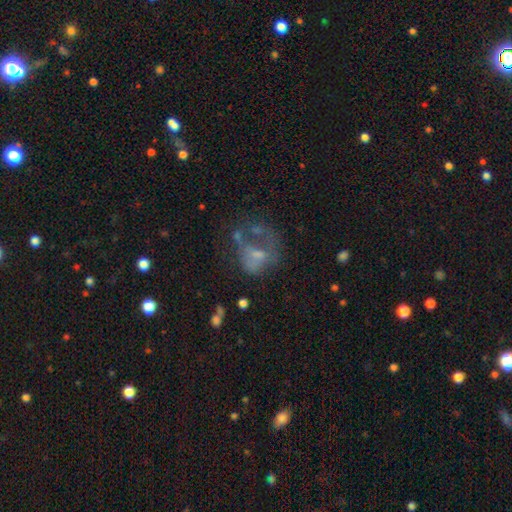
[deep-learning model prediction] A featured or disk galaxy (46%).

Vote fractions:
- Smooth or featured? featured or disk: 46% / smooth: 39% / star or artifact: 15%
- Merging? major disturbance: 47% / none: 25% / minor disturbance: 16% / merger: 13%